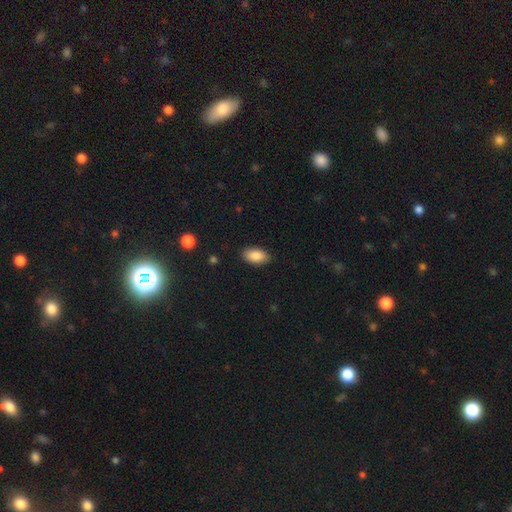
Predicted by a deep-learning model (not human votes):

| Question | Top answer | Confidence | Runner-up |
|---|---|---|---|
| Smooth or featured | smooth | 88% | star or artifact (7%) |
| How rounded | in between | 93% | cigar-shaped (3%) |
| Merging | none | 88% | minor disturbance (9%) |